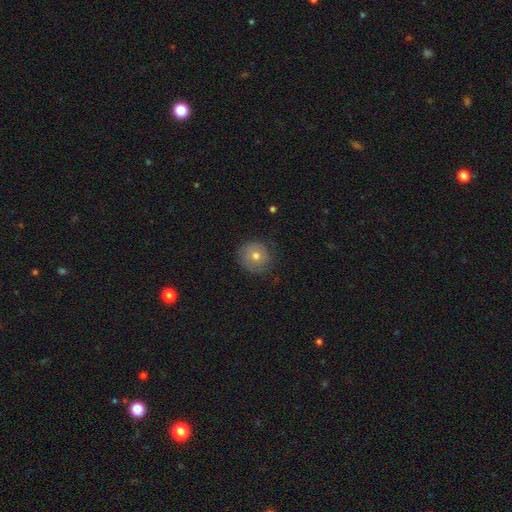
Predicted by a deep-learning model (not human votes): Smooth or featured: smooth — 62% (featured or disk — 26%)
How rounded: round — 92% (in between — 7%)
Merging: none — 82% (minor disturbance — 14%)